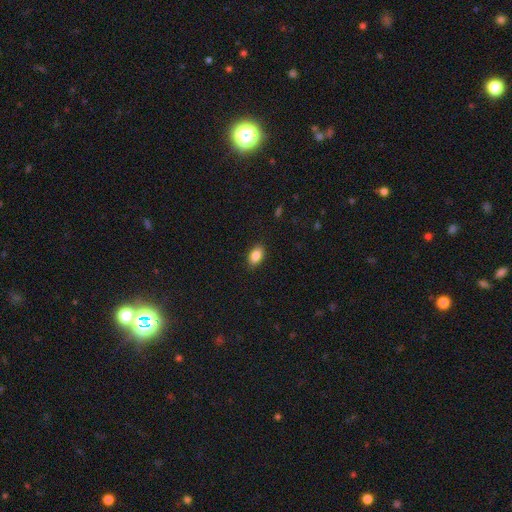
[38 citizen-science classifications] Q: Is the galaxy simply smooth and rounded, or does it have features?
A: smooth — 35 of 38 (92%).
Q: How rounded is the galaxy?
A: in between — 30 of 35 (86%).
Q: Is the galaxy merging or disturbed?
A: none — 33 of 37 (89%).